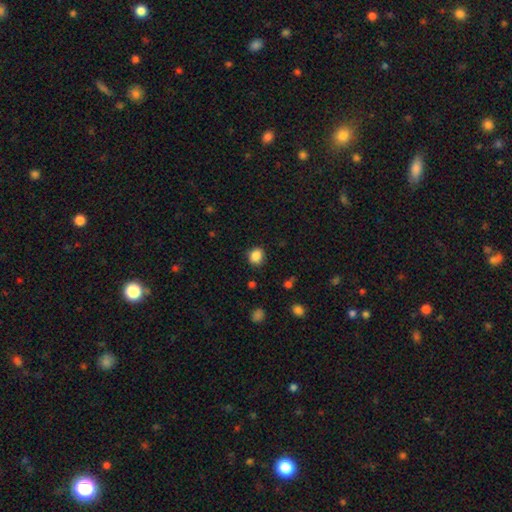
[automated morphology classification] A smooth galaxy with no disk features (85%) that is round (74%). Merging: none (84%).